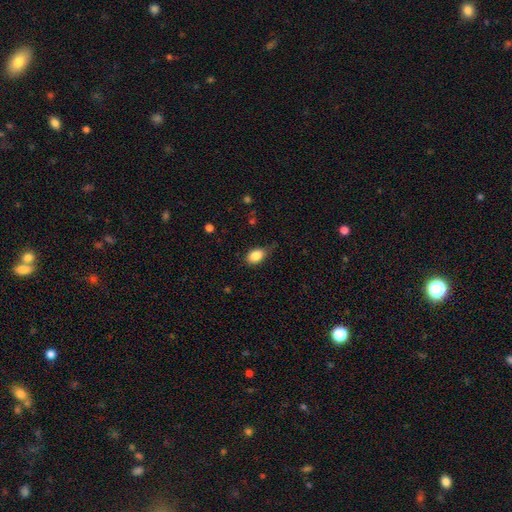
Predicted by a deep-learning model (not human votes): smooth 85%, star or artifact 8%, featured or disk 6%. Down the decision tree: how rounded — in between (83%); merging — none (68%).